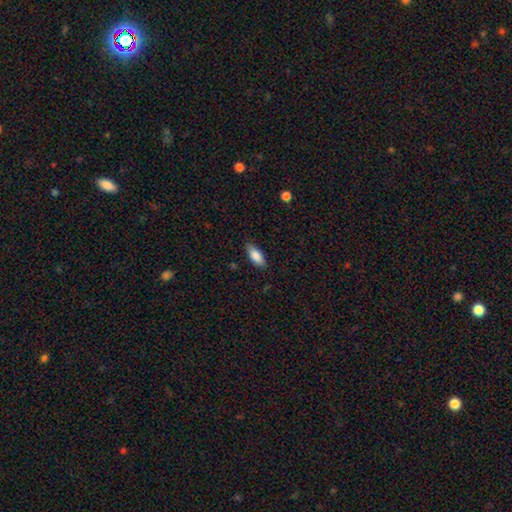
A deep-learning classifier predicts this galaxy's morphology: Smooth or featured? smooth (84%)
How rounded? in between (82%)
Merging? none (84%)